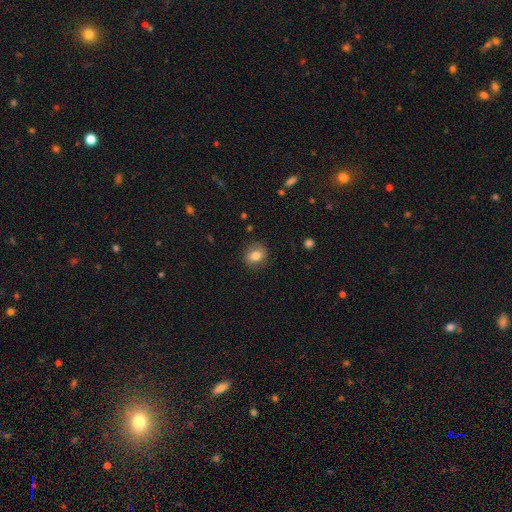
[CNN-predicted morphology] Smooth or featured?
  - smooth: 77% *
  - featured or disk: 13%
  - star or artifact: 9%
How rounded?
  - round: 64% *
  - in between: 35%
  - cigar-shaped: 1%
Merging?
  - none: 84% *
  - minor disturbance: 12%
  - major disturbance: 3%
  - merger: 1%